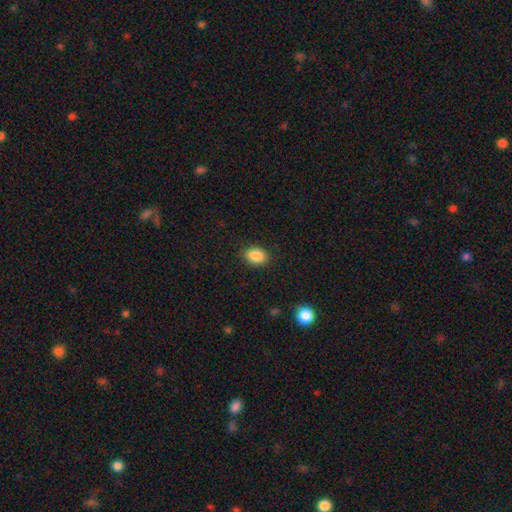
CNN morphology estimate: Smooth or featured? Predicted: smooth (p=0.88). How rounded? Predicted: in between (p=0.76). Merging? Predicted: none (p=0.87).